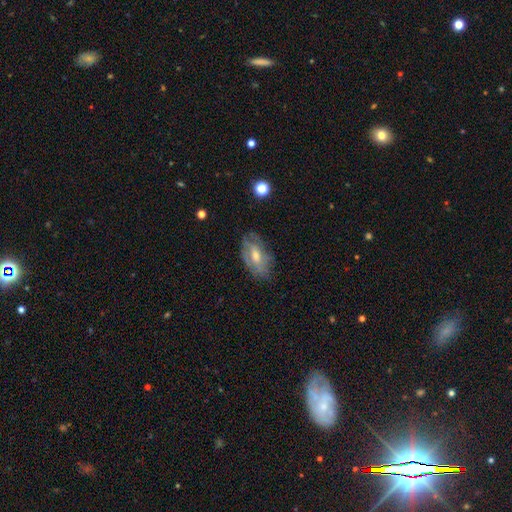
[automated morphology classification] smooth-or-featured: featured or disk: 56% | smooth: 35% | star or artifact: 10%
  disk-edge-on: no: 88% | yes: 12%
  merging: none: 70% | minor disturbance: 21% | major disturbance: 7% | merger: 2%